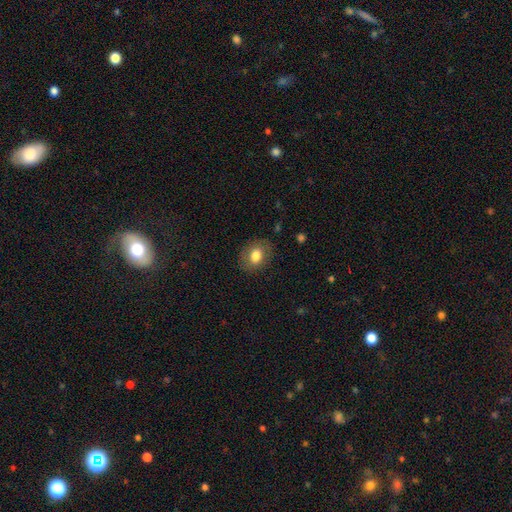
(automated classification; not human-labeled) A smooth galaxy with no disk features (77%) that is in between round and cigar-shaped (58%).

Vote fractions:
- Smooth or featured? smooth: 77% / featured or disk: 15% / star or artifact: 8%
- How rounded? in between: 58% / round: 41% / cigar-shaped: 1%
- Merging? none: 83% / minor disturbance: 12% / major disturbance: 4% / merger: 1%